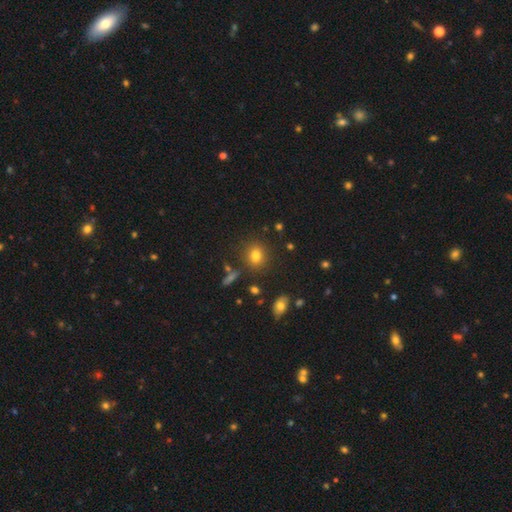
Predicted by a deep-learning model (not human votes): This is likely a smooth galaxy (79%). How rounded: likely round (64%). Merging: clearly none (84%).